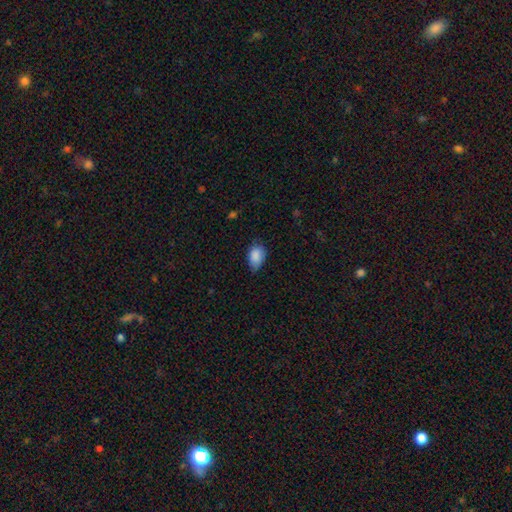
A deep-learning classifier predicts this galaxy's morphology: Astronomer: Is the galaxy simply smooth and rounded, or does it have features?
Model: smooth — 87%.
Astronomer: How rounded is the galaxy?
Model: in between — 87%.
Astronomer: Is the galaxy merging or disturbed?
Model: none — 60%.